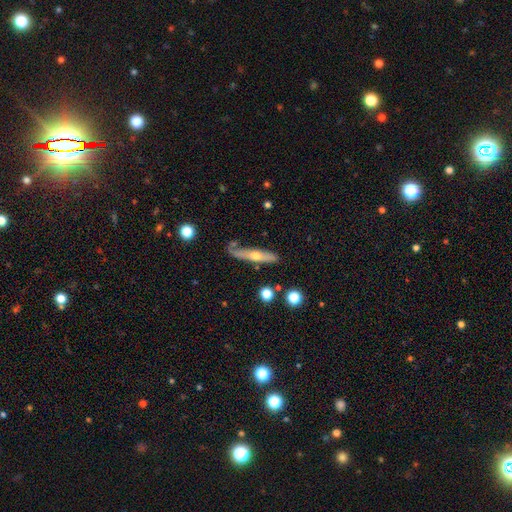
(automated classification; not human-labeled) Smooth or featured? Predicted: featured or disk (p=0.56). Edge-on disk? Predicted: yes (p=0.81). Merging? Predicted: none (p=0.66).